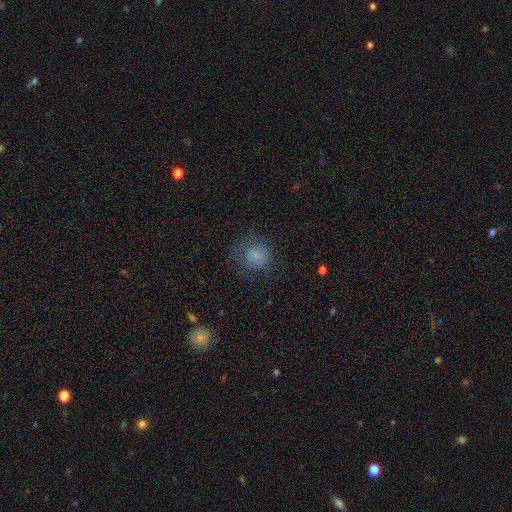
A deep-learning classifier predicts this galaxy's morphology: A smooth galaxy with no disk features (76%) that is round (83%). Merging: none (56%).